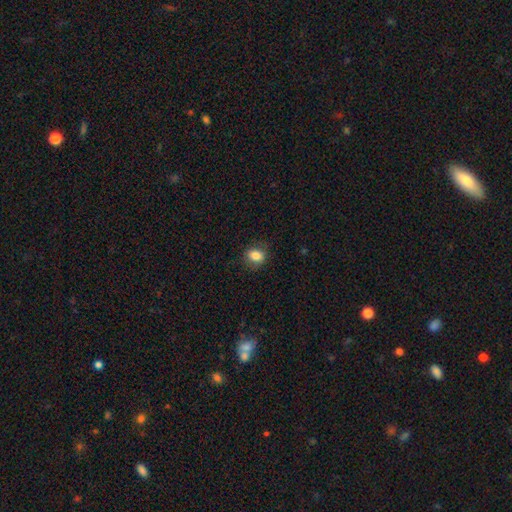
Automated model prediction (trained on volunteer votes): A smooth galaxy with no disk features (83%) that is in between round and cigar-shaped (51%). Merging: none (83%).